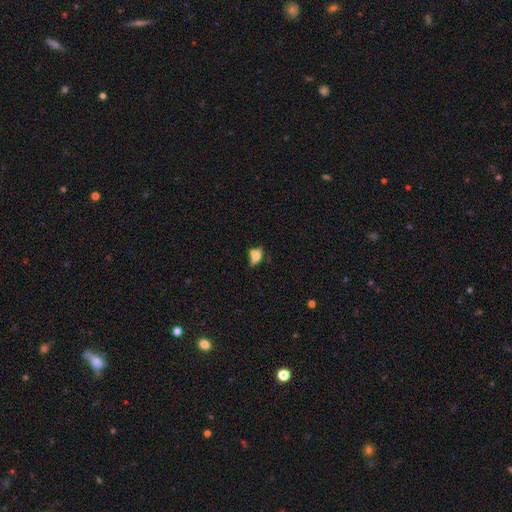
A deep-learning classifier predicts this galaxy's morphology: Q: Smooth or featured?
A: smooth (57%); runner-up: featured or disk (28%)
Q: How rounded?
A: in between (73%); runner-up: round (14%)
Q: Merging?
A: none (35%); runner-up: minor disturbance (23%)